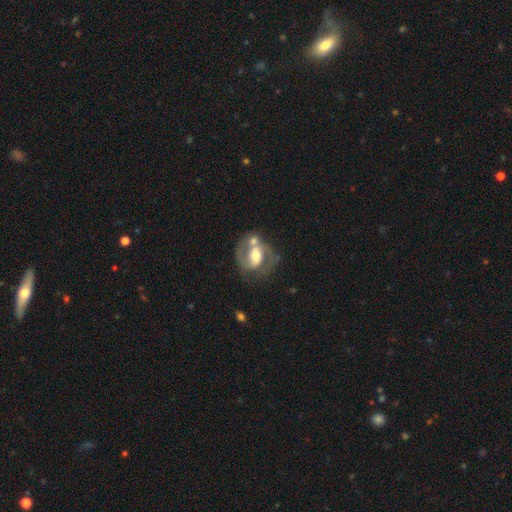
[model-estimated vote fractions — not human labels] This appears to be a featured or disk galaxy (74%) with a weak bar (39%), 2 (78%) medium (52%) spiral arms (81%) and a moderate central bulge (67%). Merging: none (41%).